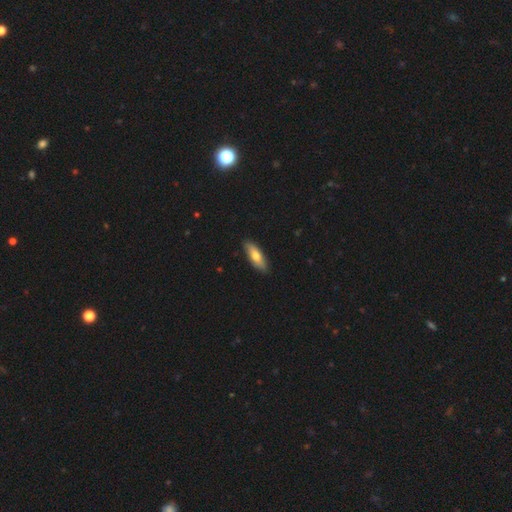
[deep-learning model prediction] Smooth or featured: smooth — 70% (featured or disk — 25%)
How rounded: in between — 59% (cigar-shaped — 39%)
Merging: none — 88% (minor disturbance — 9%)